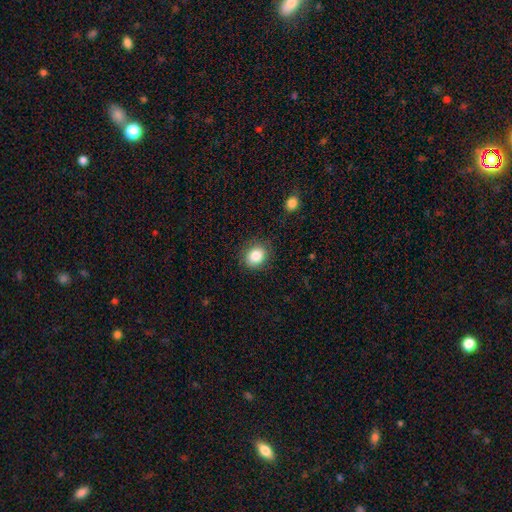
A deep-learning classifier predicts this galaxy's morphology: Smooth or featured: smooth — 85% (star or artifact — 9%)
How rounded: round — 66% (in between — 33%)
Merging: none — 85% (minor disturbance — 10%)